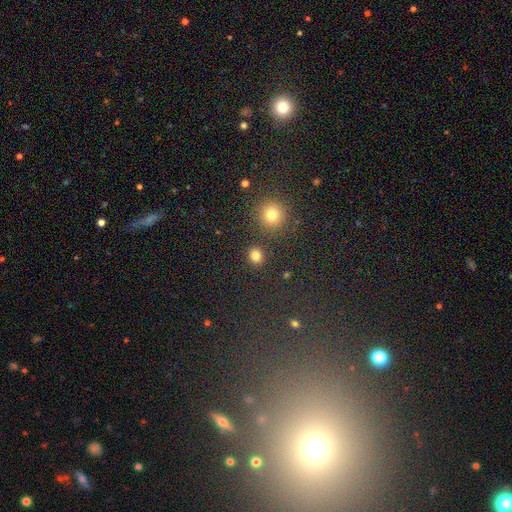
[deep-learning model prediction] Morphology: type=smooth (81%); roundness=round (79%); merging=none (87%).